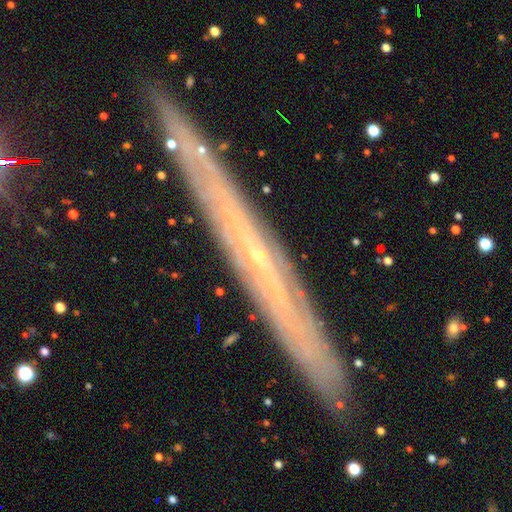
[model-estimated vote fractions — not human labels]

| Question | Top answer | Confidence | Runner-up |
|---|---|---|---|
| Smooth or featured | featured or disk | 66% | smooth (21%) |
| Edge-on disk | yes | 93% | no (7%) |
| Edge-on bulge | none | 76% | rounded (22%) |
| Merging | none | 89% | minor disturbance (9%) |